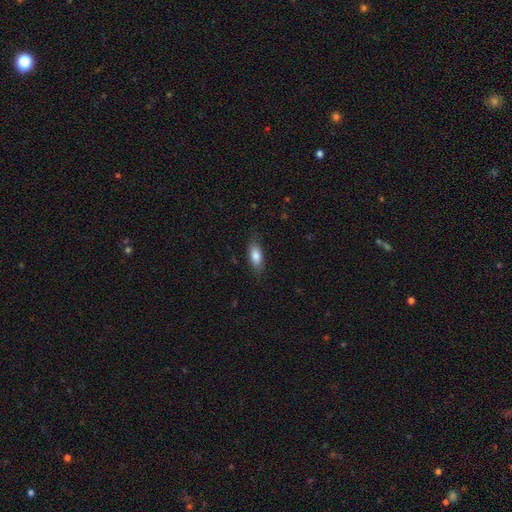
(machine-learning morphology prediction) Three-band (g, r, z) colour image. It shows a smooth galaxy with no disk features (82%) that is in between round and cigar-shaped (81%). Merging: none (81%).